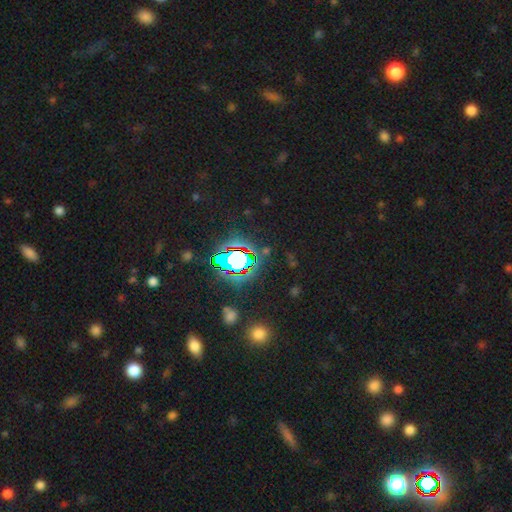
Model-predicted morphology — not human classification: star or artifact 80%, smooth 12%, featured or disk 7%.